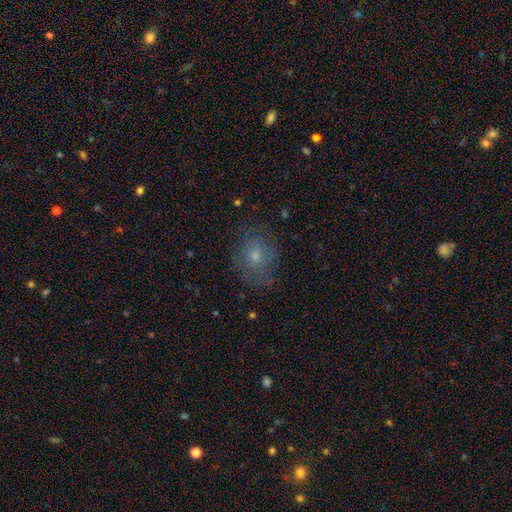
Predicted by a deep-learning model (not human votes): This appears to be a smooth galaxy with no disk features (57%) that is round (61%). Merging: none (68%).